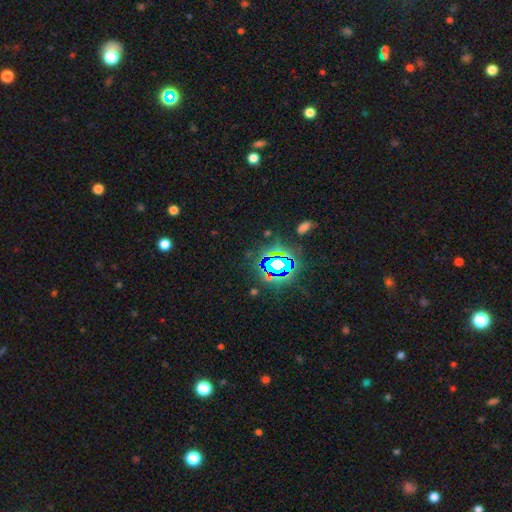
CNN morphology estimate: star or artifact 80%, smooth 12%, featured or disk 8%.